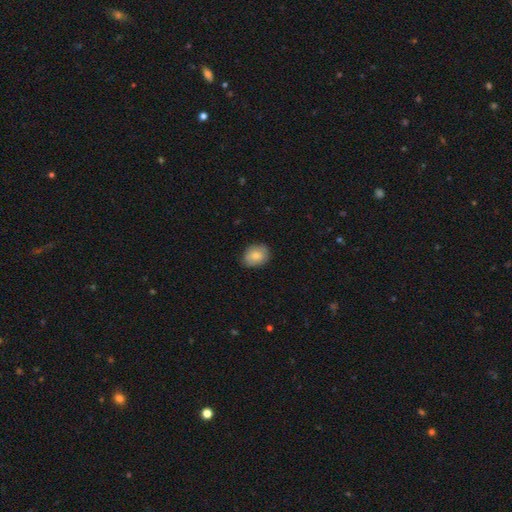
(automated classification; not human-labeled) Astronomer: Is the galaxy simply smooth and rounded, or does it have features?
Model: smooth — 80%.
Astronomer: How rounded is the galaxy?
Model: in between — 60% (runner-up: round, 39%).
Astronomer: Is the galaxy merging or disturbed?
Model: none — 81%.